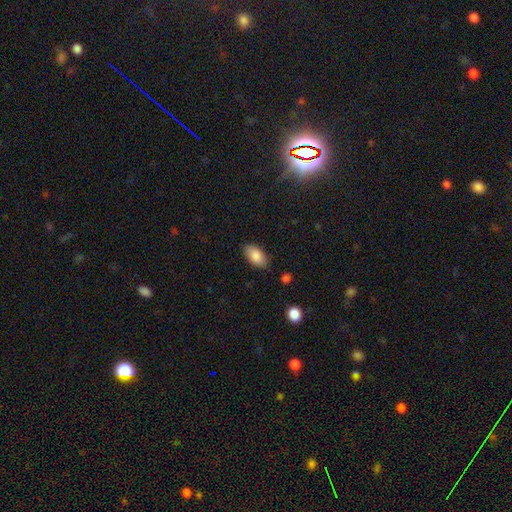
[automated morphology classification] Smooth or featured: smooth — 87% (star or artifact — 7%)
How rounded: in between — 94% (round — 4%)
Merging: none — 83% (minor disturbance — 12%)